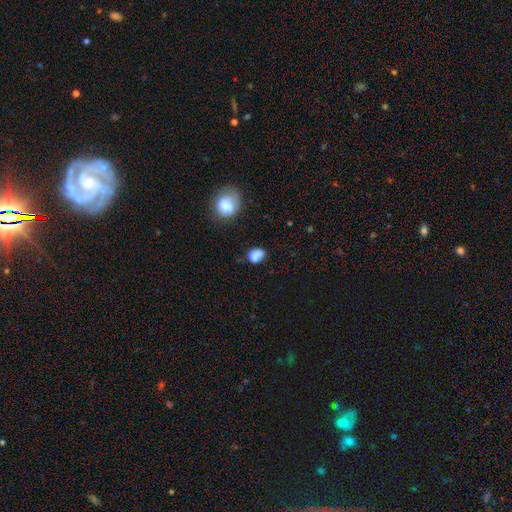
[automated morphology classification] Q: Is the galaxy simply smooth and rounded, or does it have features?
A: smooth — 78%.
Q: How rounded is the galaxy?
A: in between — 62%.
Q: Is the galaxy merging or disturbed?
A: none — 45%.